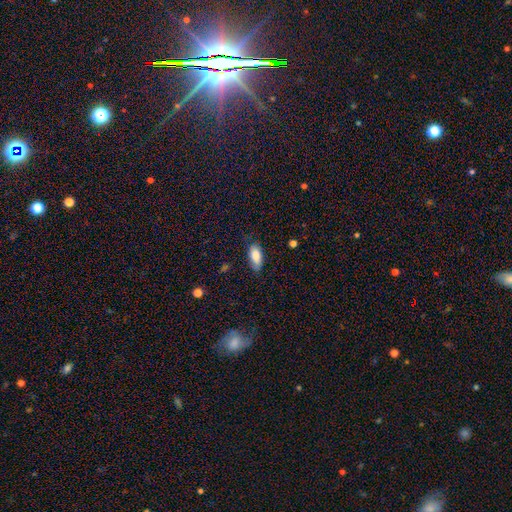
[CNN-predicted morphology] Smooth or featured? smooth (83%)
How rounded? in between (86%)
Merging? none (73%)